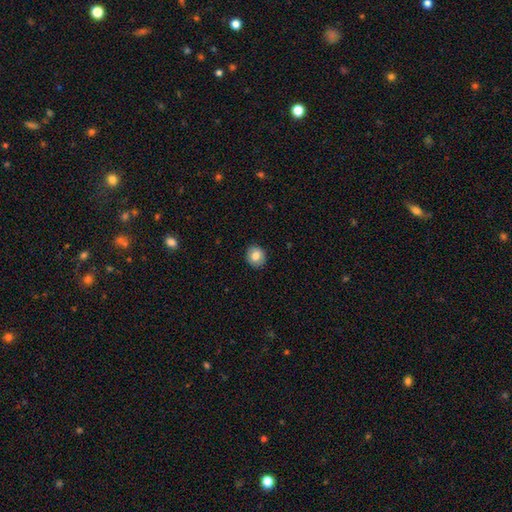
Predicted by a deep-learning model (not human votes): Smooth or featured? smooth (80%)
How rounded? round (85%)
Merging? none (90%)